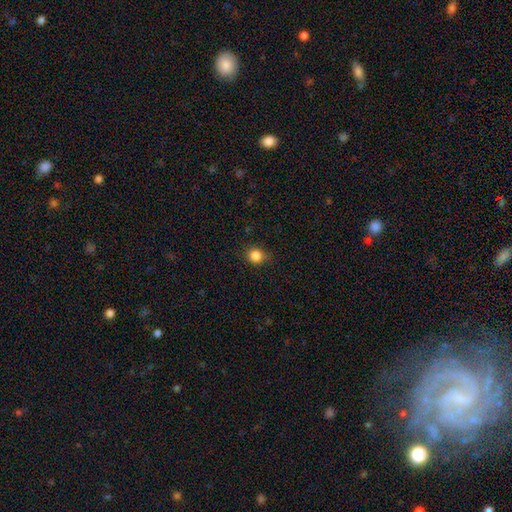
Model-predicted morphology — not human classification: smooth-or-featured: smooth: 85% | star or artifact: 12% | featured or disk: 4%
  how-rounded: round: 85% | in between: 14% | cigar-shaped: 1%
  merging: none: 83% | minor disturbance: 13% | major disturbance: 3% | merger: 1%